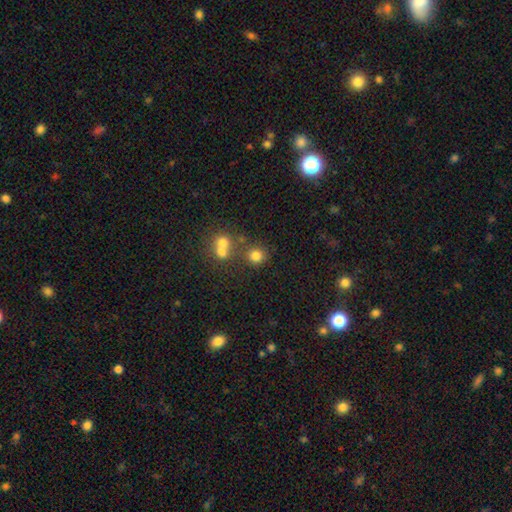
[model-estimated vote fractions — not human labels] Smooth or featured? smooth (77%)
How rounded? round (88%)
Merging? none (67%)